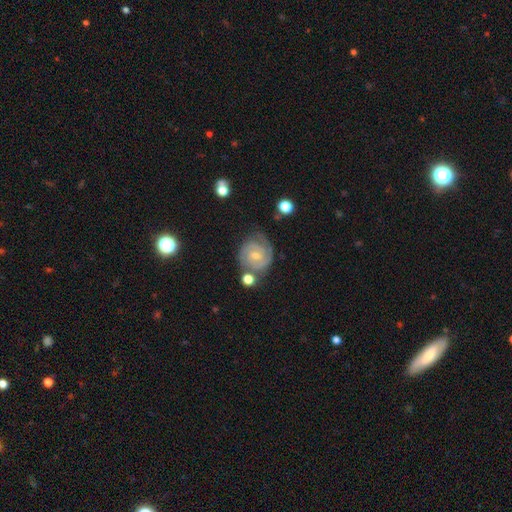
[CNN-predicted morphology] A featured or disk galaxy (77%) with no bar (47%), 2 (49%) tight (63%) spiral arms (94%) and a small central bulge (60%).

Vote fractions:
- Smooth or featured? featured or disk: 77% / smooth: 17% / star or artifact: 6%
- Edge-on disk? no: 97% / yes: 3%
- Bar? no: 47% / weak: 45% / strong: 8%
- Spiral arms? yes: 94% / no: 6%
- Spiral winding? tight: 63% / medium: 30% / loose: 7%
- Spiral arm count? 2: 49% / can't tell: 22% / 3: 18% / 1: 4% / 4: 4% / more than 4: 3%
- Bulge size? small: 60% / moderate: 36% / none: 2% / large: 1% / dominant: 1%
- Merging? none: 61% / minor disturbance: 22% / merger: 9% / major disturbance: 8%